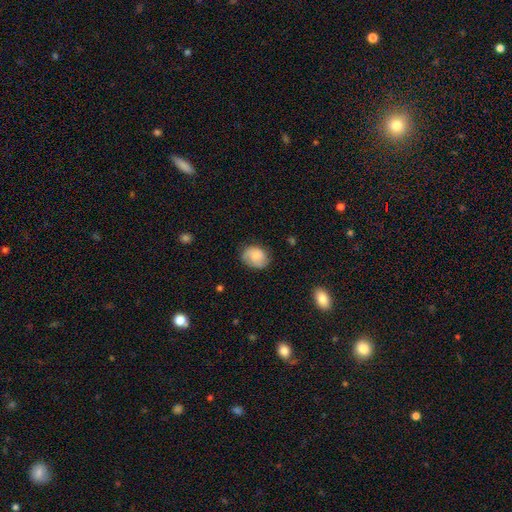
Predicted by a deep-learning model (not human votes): A smooth galaxy with no disk features (66%) that is in between round and cigar-shaped (51%). Merging: none (69%).